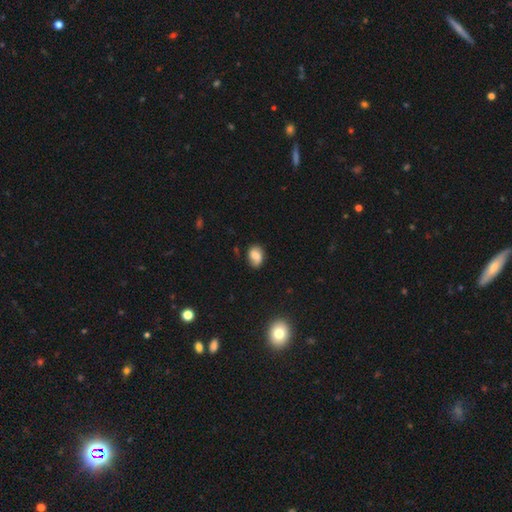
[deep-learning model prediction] smooth-or-featured: smooth: 70% | featured or disk: 21% | star or artifact: 9%
  how-rounded: in between: 71% | round: 28% | cigar-shaped: 1%
  merging: none: 66% | minor disturbance: 25% | major disturbance: 6% | merger: 2%